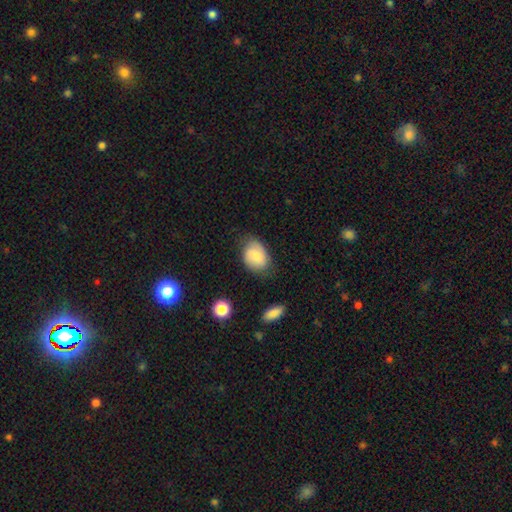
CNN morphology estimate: A smooth galaxy with no disk features (71%) that is in between round and cigar-shaped (73%).

Vote fractions:
- Smooth or featured? smooth: 71% / featured or disk: 22% / star or artifact: 7%
- How rounded? in between: 73% / round: 26% / cigar-shaped: 1%
- Merging? none: 65% / minor disturbance: 26% / major disturbance: 7% / merger: 2%